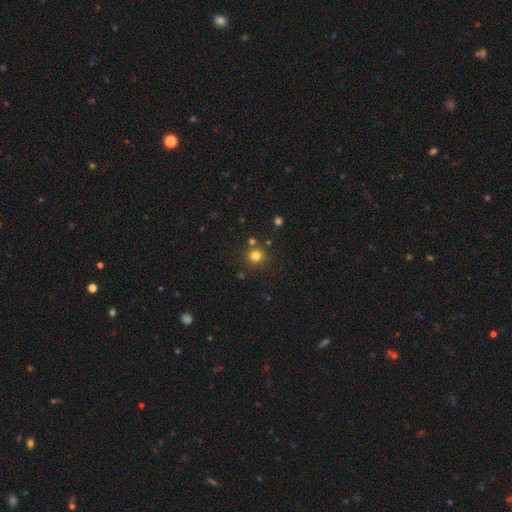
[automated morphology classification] Overall: smooth (79%). How rounded: round (86%). Merging: none (80%).